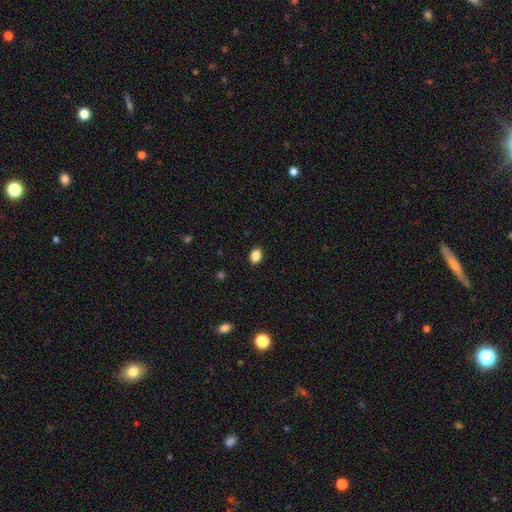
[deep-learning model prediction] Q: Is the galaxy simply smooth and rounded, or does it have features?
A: smooth — 87%.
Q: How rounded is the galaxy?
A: in between — 73%.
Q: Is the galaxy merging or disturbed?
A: none — 90%.